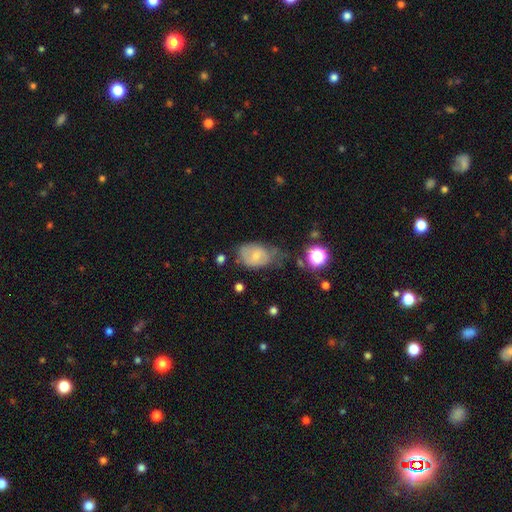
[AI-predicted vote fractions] This is likely a smooth galaxy (64%). How rounded: likely in between (78%). Merging: marginally minor disturbance (37%).